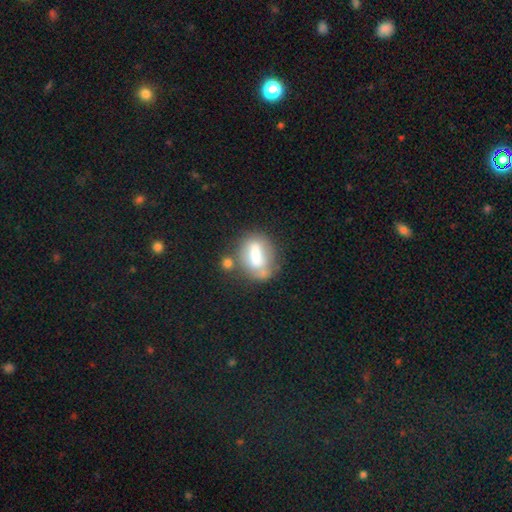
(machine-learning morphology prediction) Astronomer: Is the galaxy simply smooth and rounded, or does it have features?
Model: smooth — 58%.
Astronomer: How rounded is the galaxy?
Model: in between — 68%.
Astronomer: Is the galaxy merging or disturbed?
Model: none — 40% (runner-up: merger, 25%).